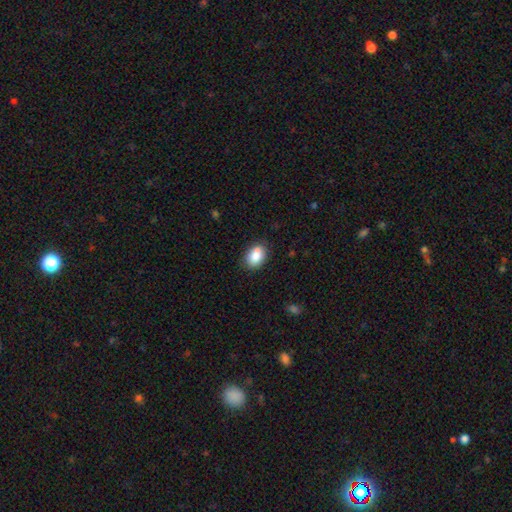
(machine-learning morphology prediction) A smooth galaxy with no disk features (85%) that is in between round and cigar-shaped (82%). Merging: none (78%).